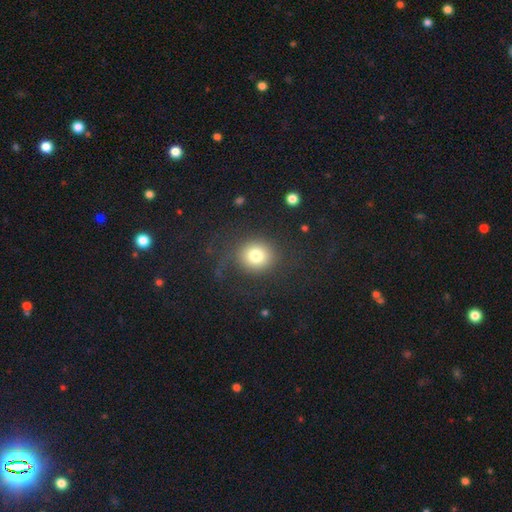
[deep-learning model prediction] Q: Smooth or featured?
A: smooth (77%); runner-up: star or artifact (12%)
Q: How rounded?
A: round (85%); runner-up: in between (14%)
Q: Merging?
A: none (77%); runner-up: major disturbance (11%)